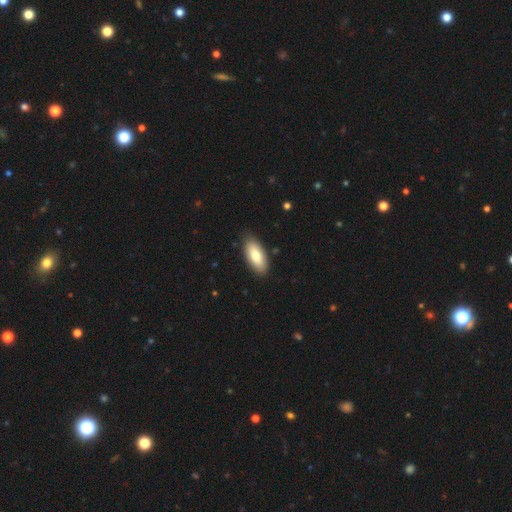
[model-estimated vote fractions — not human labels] Smooth or featured?
  - smooth: 77% *
  - featured or disk: 17%
  - star or artifact: 6%
How rounded?
  - in between: 87% *
  - cigar-shaped: 11%
  - round: 2%
Merging?
  - none: 87% *
  - minor disturbance: 10%
  - major disturbance: 2%
  - merger: 1%